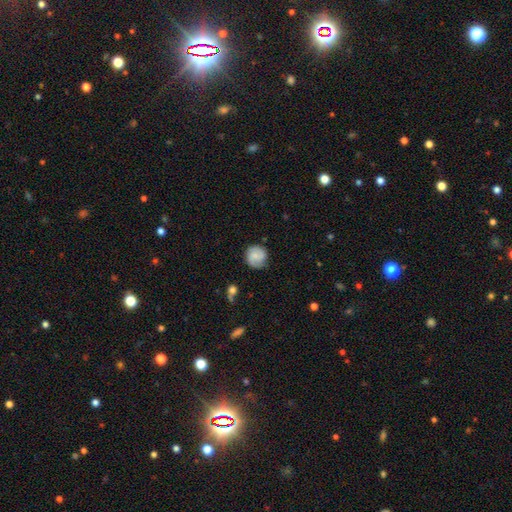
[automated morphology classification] Smooth or featured? featured or disk (48%)
Merging? none (77%)